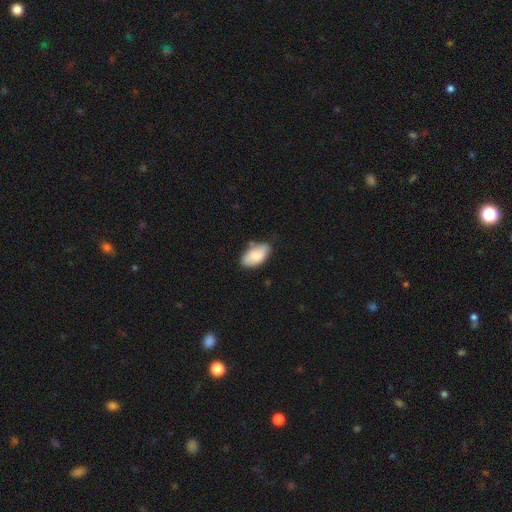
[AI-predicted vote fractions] A smooth galaxy with no disk features (78%) that is in between round and cigar-shaped (94%).

Vote fractions:
- Smooth or featured? smooth: 78% / featured or disk: 16% / star or artifact: 6%
- How rounded? in between: 94% / round: 3% / cigar-shaped: 2%
- Merging? none: 69% / minor disturbance: 24% / major disturbance: 4% / merger: 4%